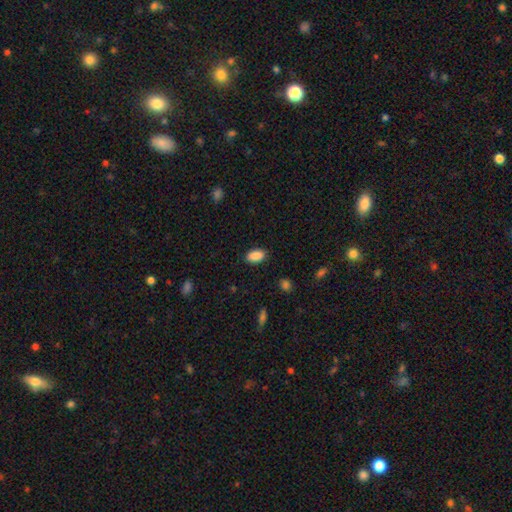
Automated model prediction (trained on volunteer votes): Morphology: type=smooth (89%); roundness=in between (92%); merging=none (86%).